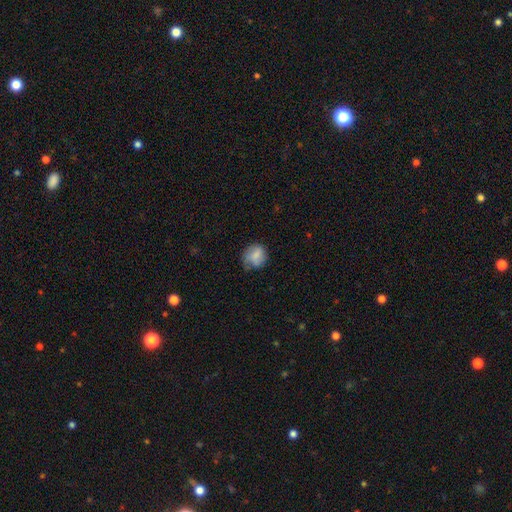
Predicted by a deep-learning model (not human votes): This appears to be a smooth galaxy with no disk features (78%) that is round (77%). Merging: none (61%).